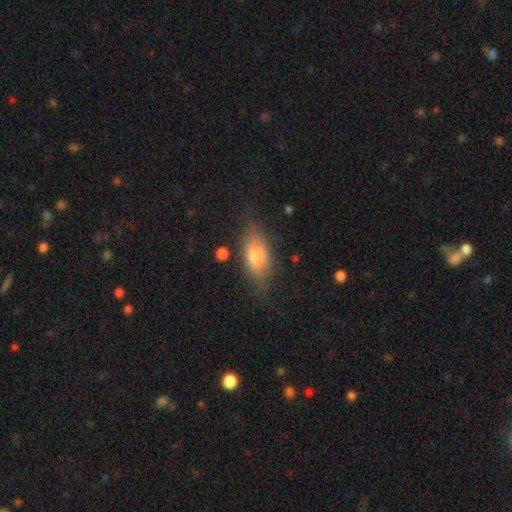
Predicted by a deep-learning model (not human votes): Overall: smooth (60%; featured or disk 32%). How rounded: in between (75%). Merging: none (71%).